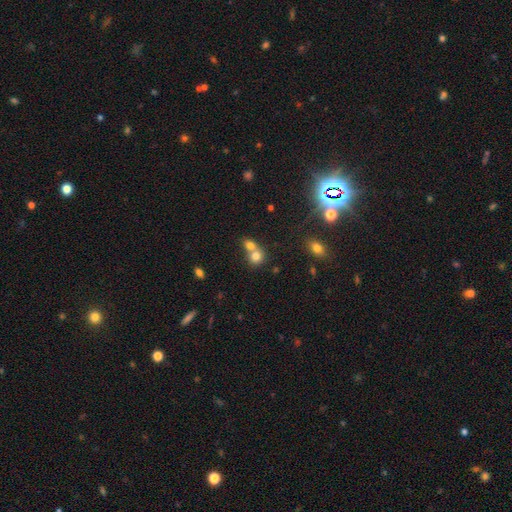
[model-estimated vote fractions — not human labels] This appears to be a smooth galaxy with no disk features (76%) that is round (78%). Merging: merger (59%).